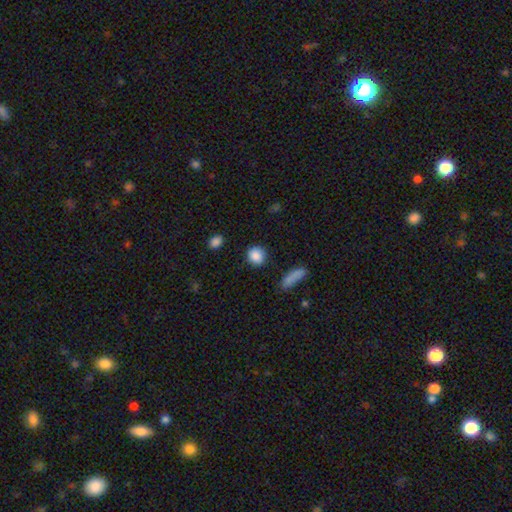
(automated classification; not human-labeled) Smooth or featured? Predicted: smooth (p=0.88). How rounded? Predicted: round (p=0.80). Merging? Predicted: none (p=0.87).